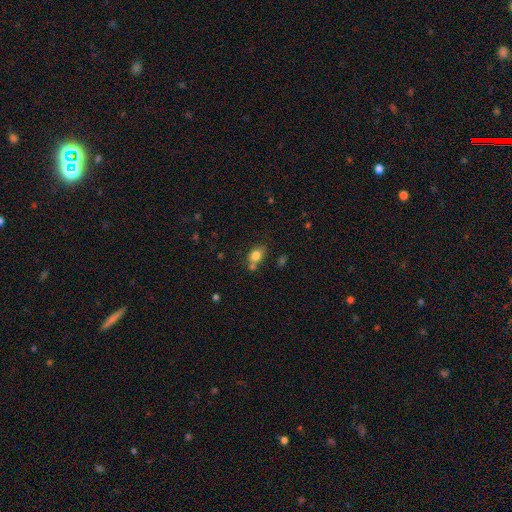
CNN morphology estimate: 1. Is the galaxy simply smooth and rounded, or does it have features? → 80% smooth, 10% star or artifact, 10% featured or disk.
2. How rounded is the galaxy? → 64% in between, 34% round, 2% cigar-shaped.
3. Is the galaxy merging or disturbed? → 55% none, 21% merger, 18% minor disturbance, 5% major disturbance.